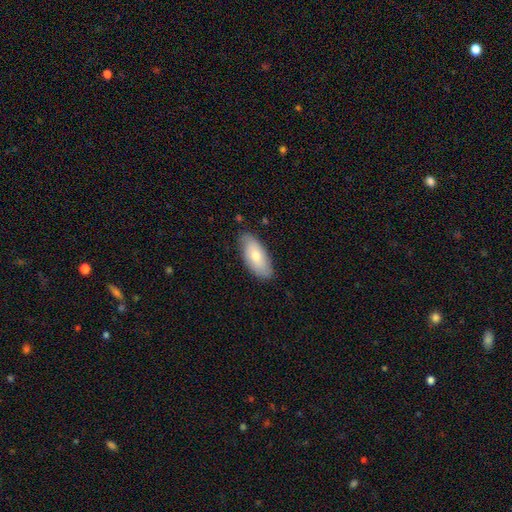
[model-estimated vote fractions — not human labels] Overall: smooth (73%). How rounded: in between (89%). Merging: none (81%).